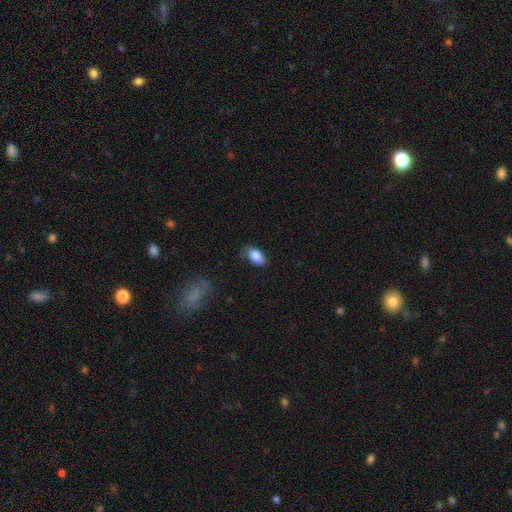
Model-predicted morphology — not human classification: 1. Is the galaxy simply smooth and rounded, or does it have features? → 84% smooth, 9% featured or disk, 7% star or artifact.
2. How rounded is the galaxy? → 93% in between, 5% round, 2% cigar-shaped.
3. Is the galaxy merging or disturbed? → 63% none, 28% minor disturbance, 8% major disturbance, 2% merger.